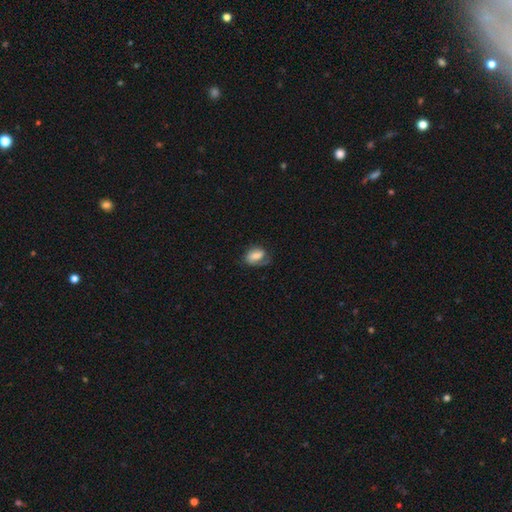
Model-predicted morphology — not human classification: A smooth galaxy with no disk features (55%) that is in between round and cigar-shaped (81%).

Vote fractions:
- Smooth or featured? smooth: 55% / featured or disk: 37% / star or artifact: 8%
- How rounded? in between: 81% / round: 17% / cigar-shaped: 2%
- Merging? none: 51% / minor disturbance: 26% / major disturbance: 22% / merger: 2%